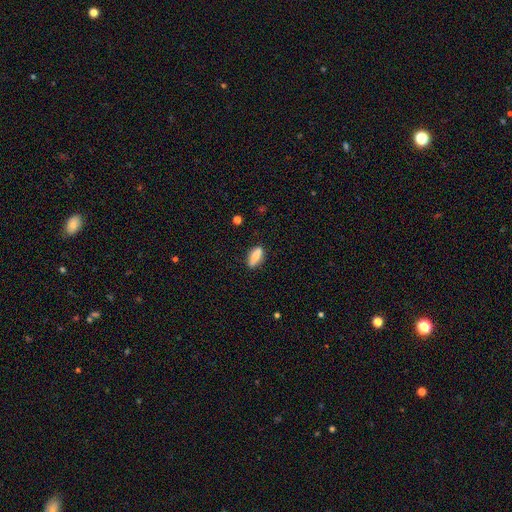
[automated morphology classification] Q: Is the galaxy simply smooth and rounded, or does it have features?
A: smooth — 80%.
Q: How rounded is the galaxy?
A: in between — 65%.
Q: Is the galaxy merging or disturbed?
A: none — 83%.